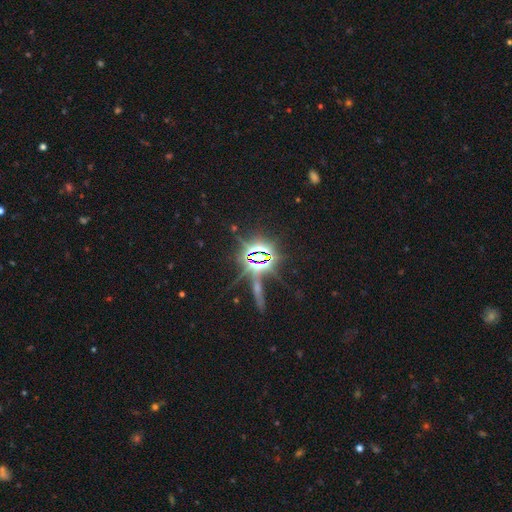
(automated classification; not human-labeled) The model was most divided on "smooth or featured": star or artifact: 83%, featured or disk: 9%, smooth: 8%.